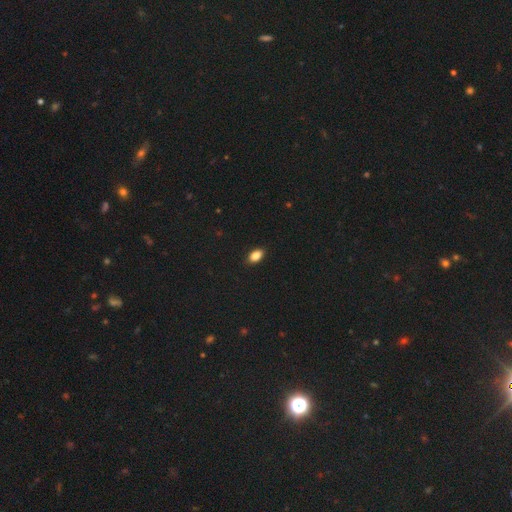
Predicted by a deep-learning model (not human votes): Smooth or featured? Predicted: smooth (p=0.86). How rounded? Predicted: in between (p=0.89). Merging? Predicted: none (p=0.90).